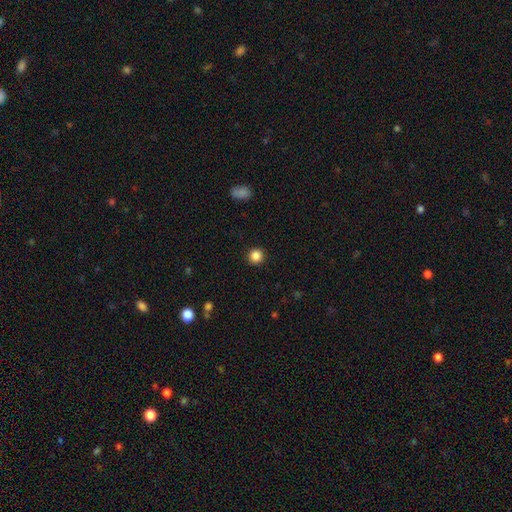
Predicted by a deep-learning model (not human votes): Smooth or featured: smooth — 86% (star or artifact — 11%)
How rounded: round — 94% (in between — 5%)
Merging: none — 92% (minor disturbance — 5%)